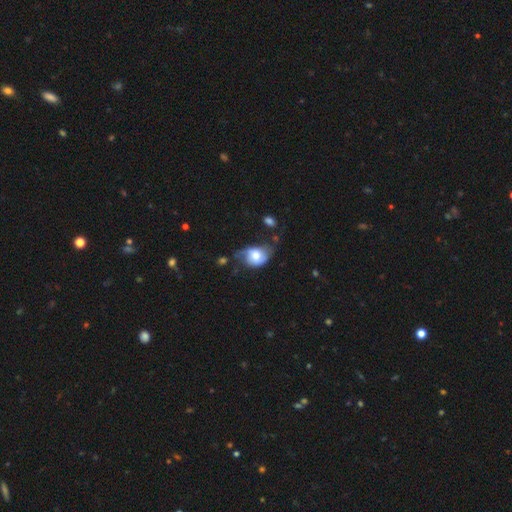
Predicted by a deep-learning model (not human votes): Smooth or featured: smooth — 53% (featured or disk — 39%)
How rounded: in between — 67% (round — 32%)
Merging: minor disturbance — 35% (none — 34%)